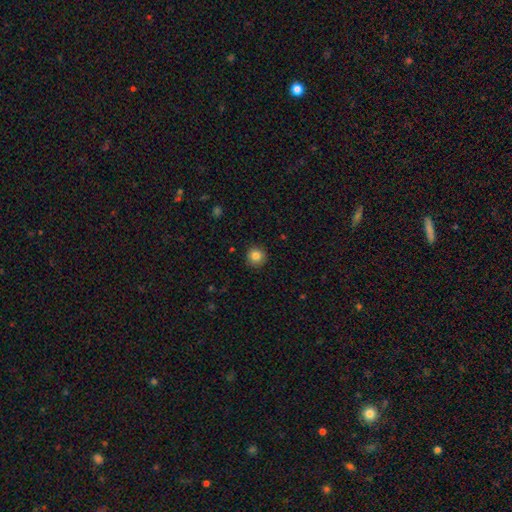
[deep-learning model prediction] Smooth or featured? Predicted: smooth (p=0.85). How rounded? Predicted: round (p=0.94). Merging? Predicted: none (p=0.92).